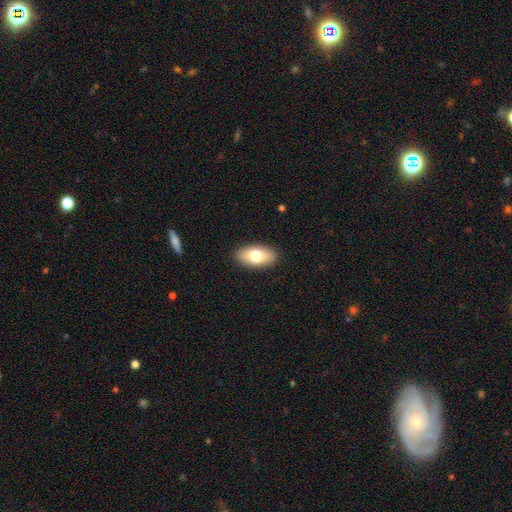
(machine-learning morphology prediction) Overall: smooth (75%). How rounded: in between (92%). Merging: none (89%).